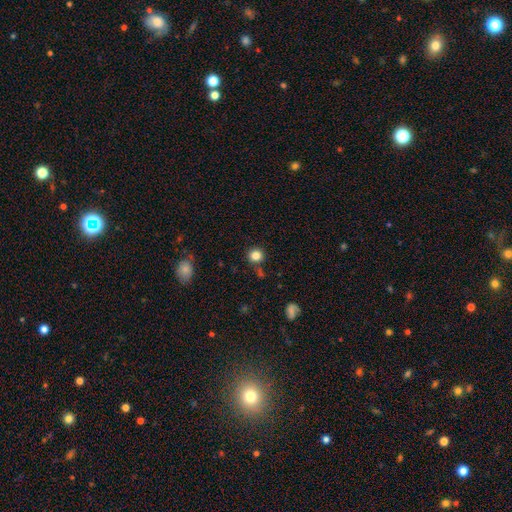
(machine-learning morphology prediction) smooth-or-featured: smooth: 83% | star or artifact: 12% | featured or disk: 5%
  how-rounded: round: 91% | in between: 8% | cigar-shaped: 1%
  merging: none: 83% | minor disturbance: 9% | merger: 5% | major disturbance: 3%